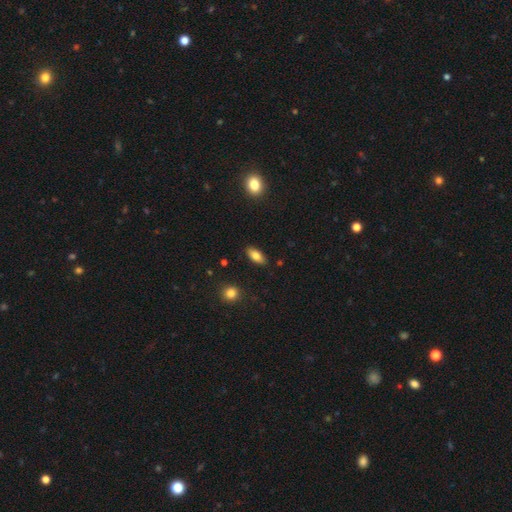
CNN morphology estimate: type=smooth (80%); roundness=in between (86%); merging=none (87%).